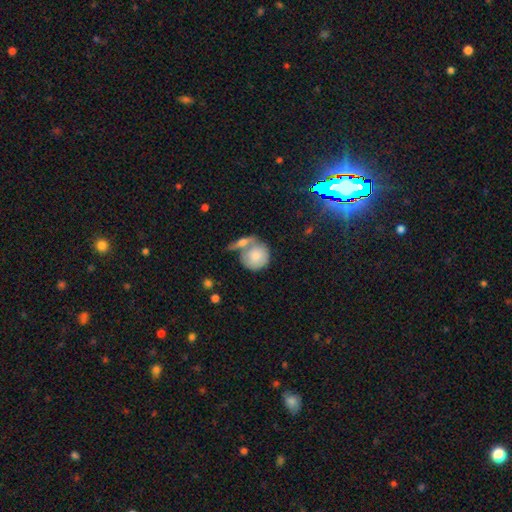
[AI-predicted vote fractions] smooth-or-featured: smooth: 73% | featured or disk: 20% | star or artifact: 7%
  how-rounded: round: 81% | in between: 16% | cigar-shaped: 3%
  merging: merger: 43% | none: 37% | minor disturbance: 14% | major disturbance: 7%